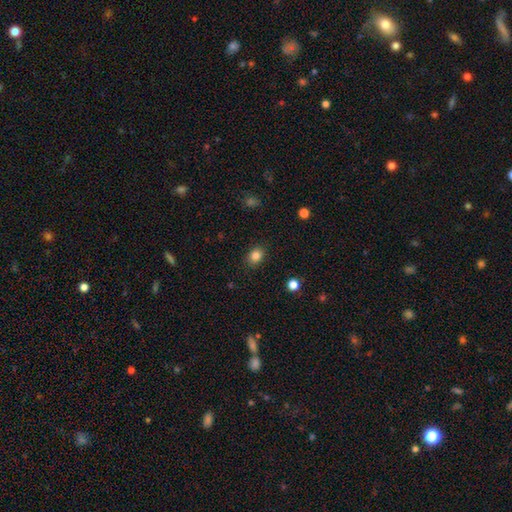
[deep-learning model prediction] Overall: smooth (84%). How rounded: in between (59%; round 40%). Merging: none (87%).